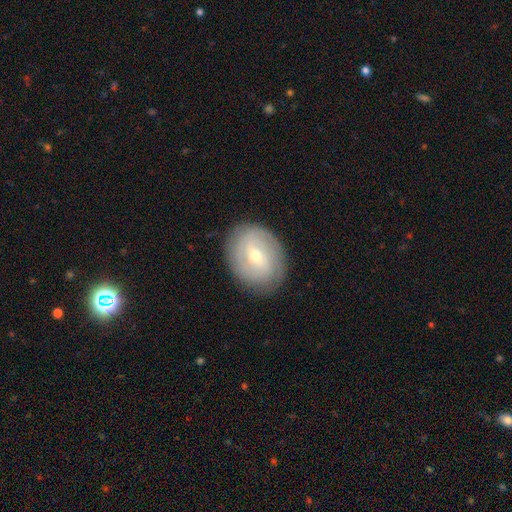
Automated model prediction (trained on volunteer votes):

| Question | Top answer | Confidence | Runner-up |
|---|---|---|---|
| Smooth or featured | featured or disk | 69% | smooth (24%) |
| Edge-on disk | no | 96% | yes (4%) |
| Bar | weak | 50% | no (34%) |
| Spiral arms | yes | 79% | no (21%) |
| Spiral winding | tight | 65% | medium (26%) |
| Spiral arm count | can't tell | 41% | 2 (36%) |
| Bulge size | small | 56% | moderate (41%) |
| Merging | none | 83% | minor disturbance (12%) |